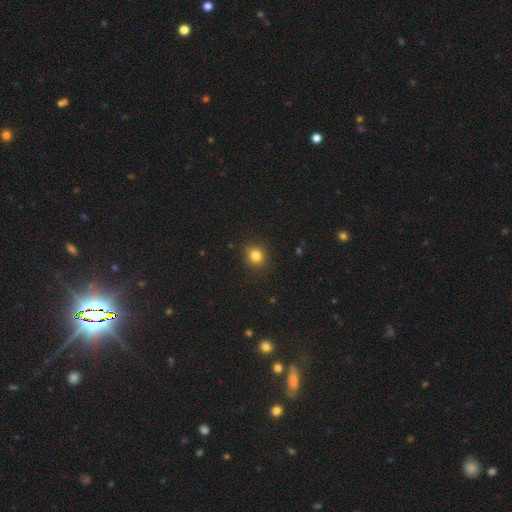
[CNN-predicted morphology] A smooth galaxy with no disk features (82%) that is round (80%).

Vote fractions:
- Smooth or featured? smooth: 82% / star or artifact: 12% / featured or disk: 6%
- How rounded? round: 80% / in between: 19% / cigar-shaped: 1%
- Merging? none: 85% / minor disturbance: 11% / major disturbance: 3% / merger: 1%